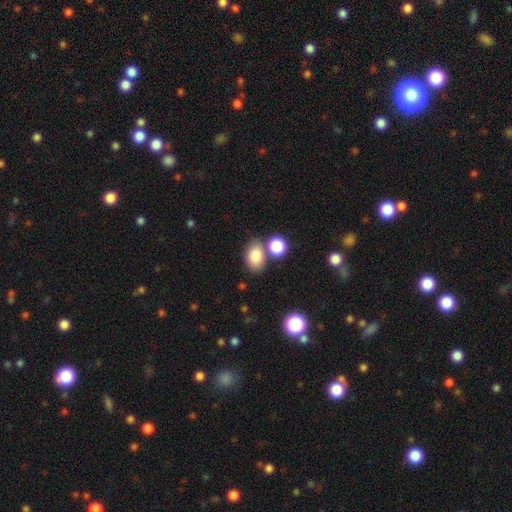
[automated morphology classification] Q: Smooth or featured?
A: smooth (82%); runner-up: star or artifact (9%)
Q: How rounded?
A: in between (79%); runner-up: round (20%)
Q: Merging?
A: none (63%); runner-up: merger (21%)